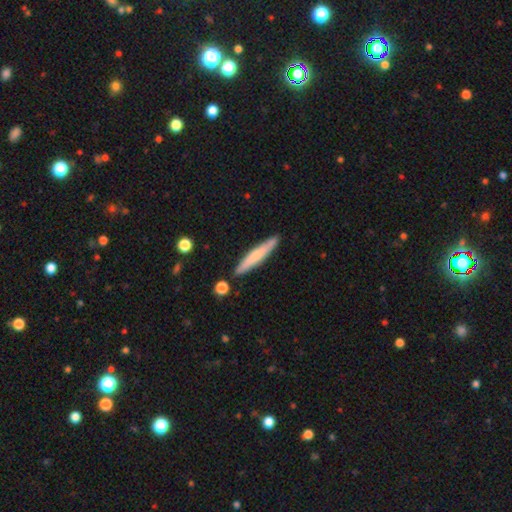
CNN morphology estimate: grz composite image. It shows a smooth galaxy with no disk features (62%) that is cigar-shaped (93%). Merging: none (85%).